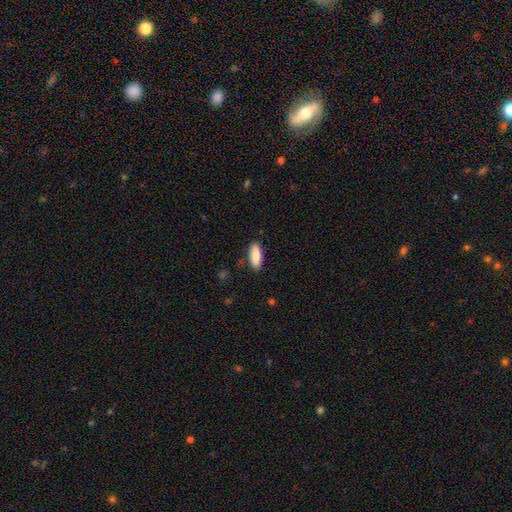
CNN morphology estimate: smooth 88%, featured or disk 7%, star or artifact 6%. Down the decision tree: how rounded — in between (75%); merging — none (87%).